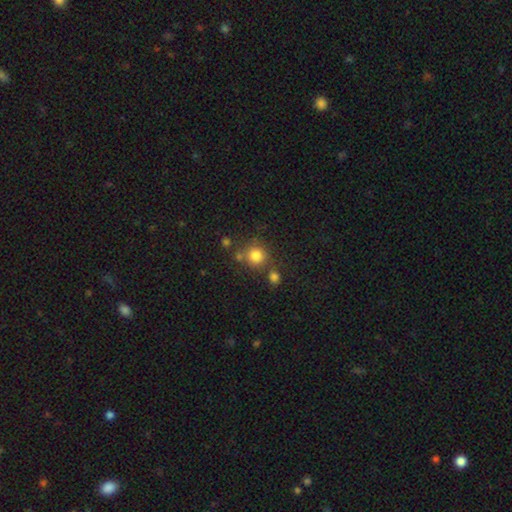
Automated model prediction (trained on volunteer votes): Smooth or featured? smooth (80%)
How rounded? round (91%)
Merging? none (69%)